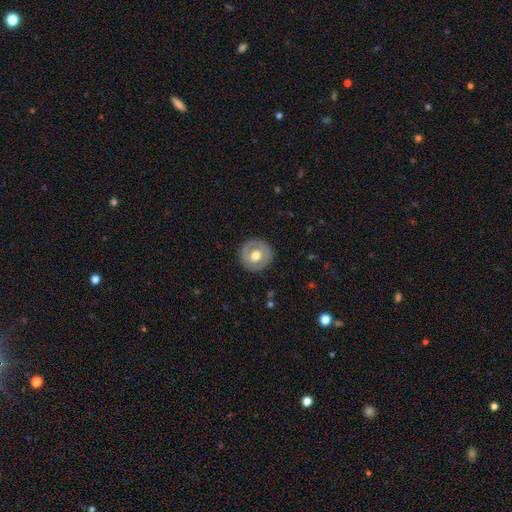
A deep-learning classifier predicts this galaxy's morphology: Smooth or featured?
  - smooth: 54% *
  - featured or disk: 40%
  - star or artifact: 6%
How rounded?
  - round: 93% *
  - in between: 6%
  - cigar-shaped: 1%
Merging?
  - none: 87% *
  - minor disturbance: 9%
  - major disturbance: 3%
  - merger: 1%